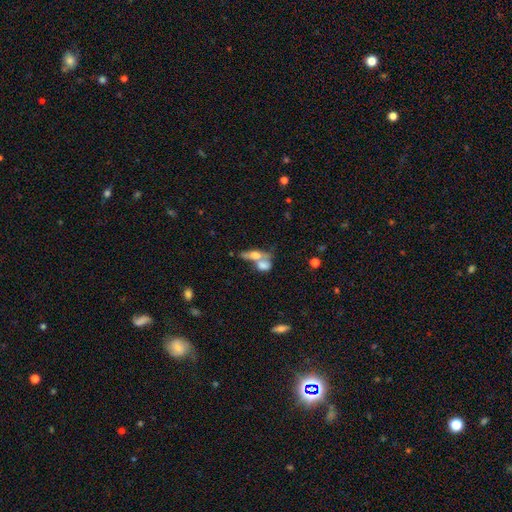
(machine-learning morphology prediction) A smooth galaxy with no disk features (56%) that is in between round and cigar-shaped (65%). Merging: merger (61%).